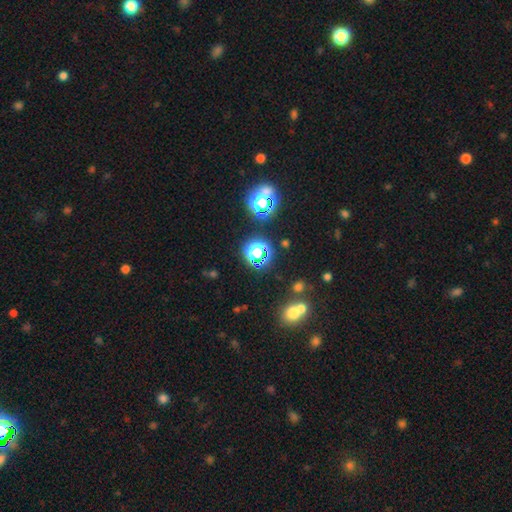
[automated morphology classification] Overall: star or artifact (62%; smooth 29%).